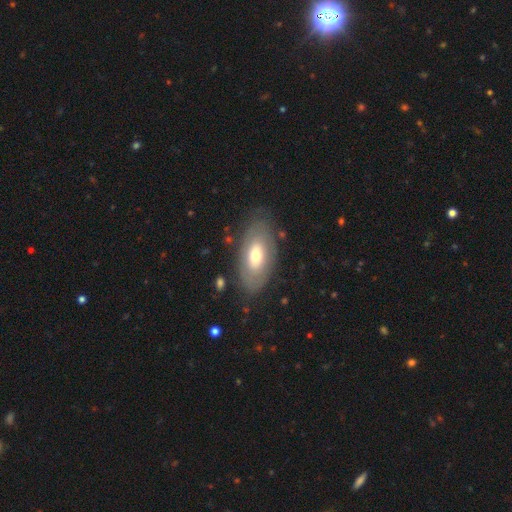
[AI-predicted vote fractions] smooth 56%, featured or disk 38%, star or artifact 6%. Down the decision tree: how rounded — in between (91%); merging — none (78%).